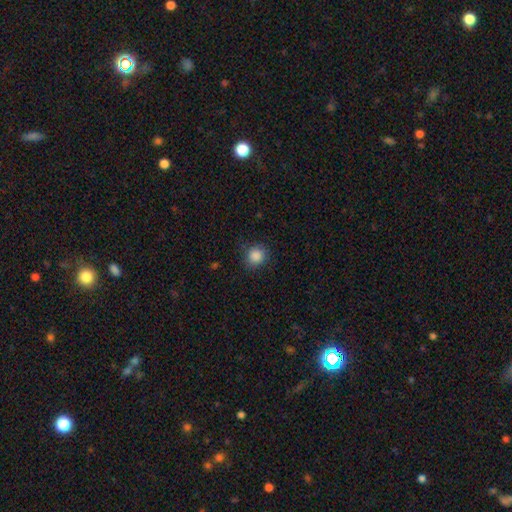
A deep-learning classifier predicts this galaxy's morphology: smooth_or_featured: smooth (p=0.87) [alt: star or artifact p=0.10]
how_rounded: round (p=0.87) [alt: in between p=0.12]
merging: none (p=0.83) [alt: minor disturbance p=0.12]